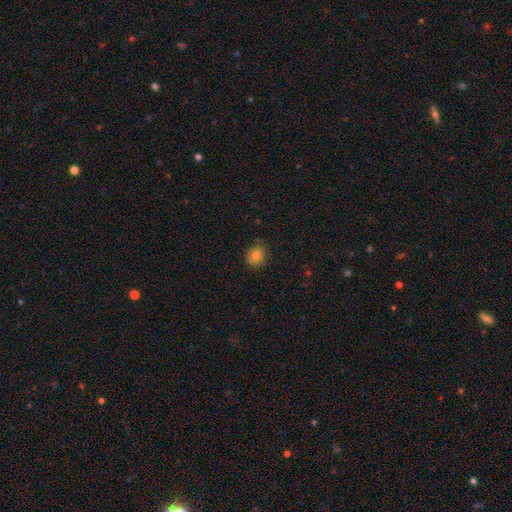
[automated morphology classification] The model was most divided on "how rounded": round: 79%, in between: 20%, cigar-shaped: 1%. More confident: merging — none (84%); smooth or featured — smooth (80%).